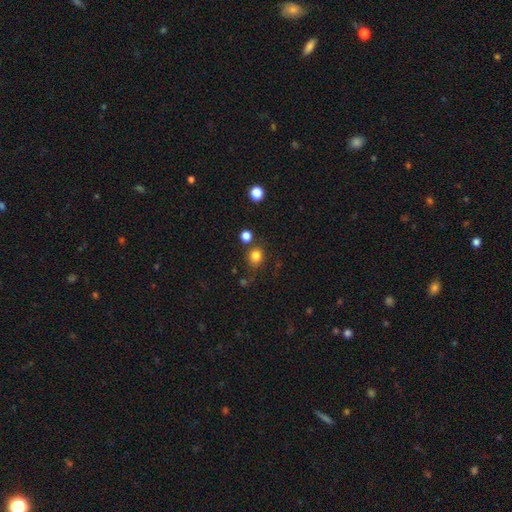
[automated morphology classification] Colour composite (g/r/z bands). It shows a smooth galaxy with no disk features (81%) that is round (78%). Merging: none (73%).